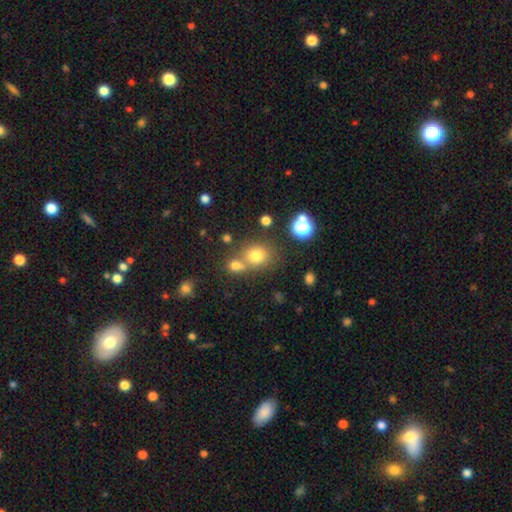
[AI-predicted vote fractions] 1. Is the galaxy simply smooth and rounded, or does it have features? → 73% smooth, 17% star or artifact, 9% featured or disk.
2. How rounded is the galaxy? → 74% round, 25% in between, 1% cigar-shaped.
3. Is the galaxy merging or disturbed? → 58% none, 27% merger, 10% minor disturbance, 4% major disturbance.